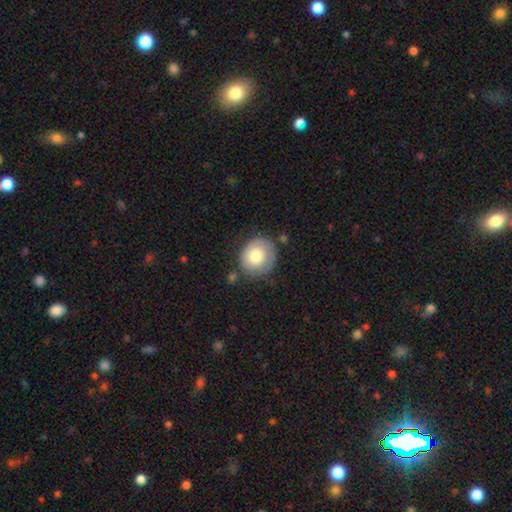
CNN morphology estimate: smooth 76%, featured or disk 17%, star or artifact 7%. Down the decision tree: how rounded — round (76%); merging — none (69%).